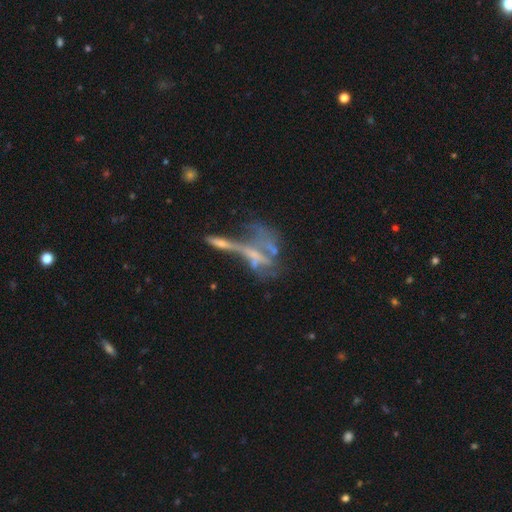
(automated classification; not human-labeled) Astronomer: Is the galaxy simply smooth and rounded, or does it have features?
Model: featured or disk — 59%.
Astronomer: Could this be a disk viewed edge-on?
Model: no — 83%.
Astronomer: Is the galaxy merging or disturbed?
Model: merger — 42% (runner-up: major disturbance, 30%).